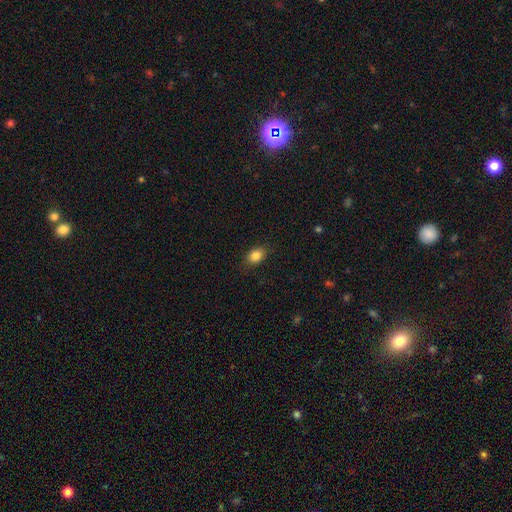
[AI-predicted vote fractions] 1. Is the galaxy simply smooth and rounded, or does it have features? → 84% smooth, 9% star or artifact, 6% featured or disk.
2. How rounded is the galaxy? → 72% in between, 26% round, 1% cigar-shaped.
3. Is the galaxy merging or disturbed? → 86% none, 11% minor disturbance, 3% major disturbance, 1% merger.